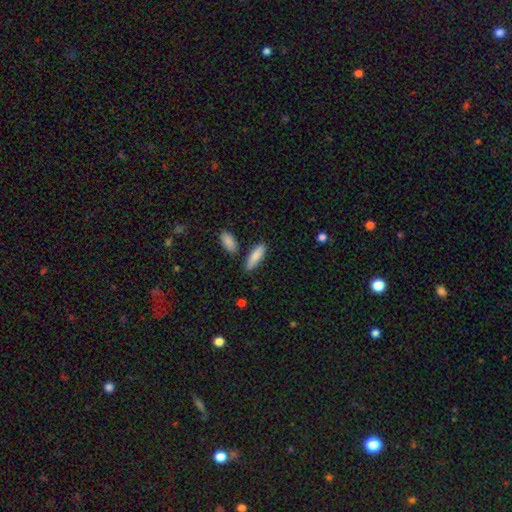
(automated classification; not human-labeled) Smooth or featured: smooth — 84% (featured or disk — 10%)
How rounded: cigar-shaped — 51% (in between — 47%)
Merging: none — 73% (minor disturbance — 16%)